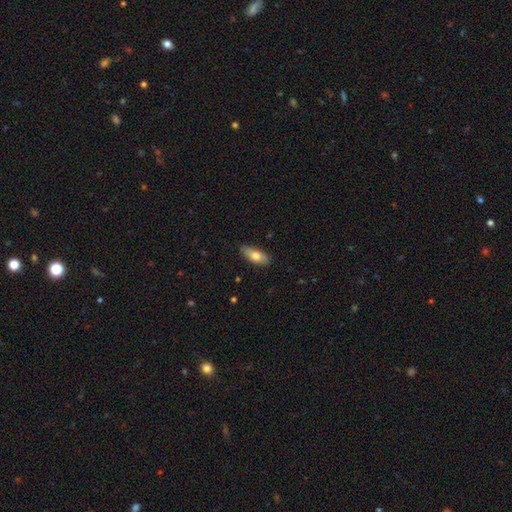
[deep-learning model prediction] Morphology: type=smooth (73%); roundness=in between (81%); merging=none (82%).